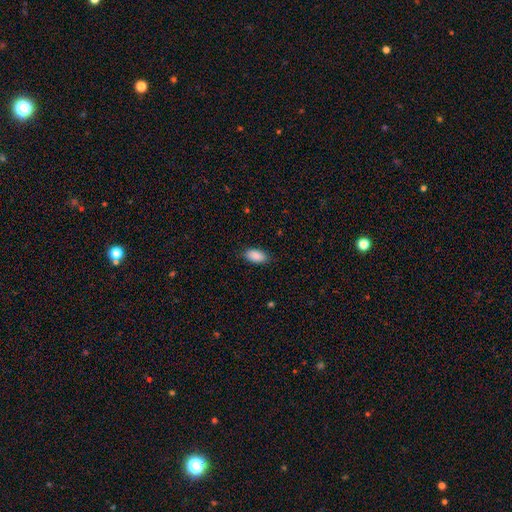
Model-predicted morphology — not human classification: smooth-or-featured: smooth: 90% | star or artifact: 6% | featured or disk: 4%
  how-rounded: in between: 93% | cigar-shaped: 4% | round: 2%
  merging: none: 86% | minor disturbance: 10% | major disturbance: 2% | merger: 1%